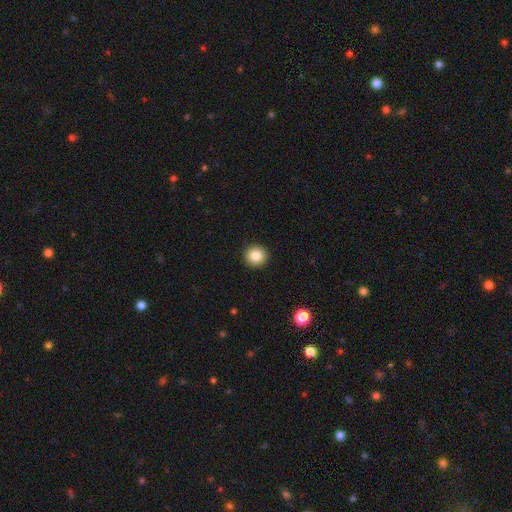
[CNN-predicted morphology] A smooth galaxy with no disk features (85%) that is round (94%). Merging: none (93%).